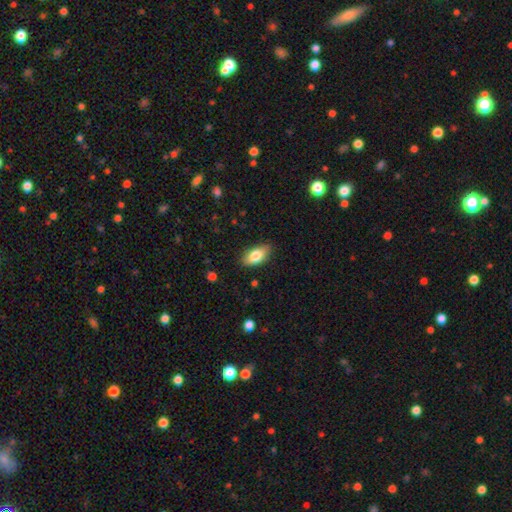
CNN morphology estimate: type=smooth (79%); roundness=in between (90%); merging=none (82%).